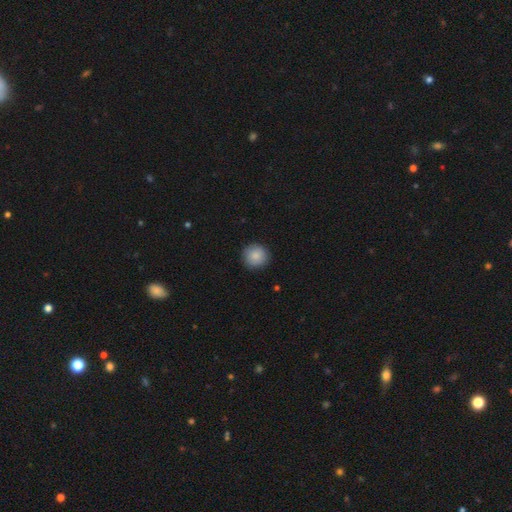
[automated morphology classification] This is clearly a smooth galaxy (87%). How rounded: clearly round (94%). Merging: clearly none (90%).